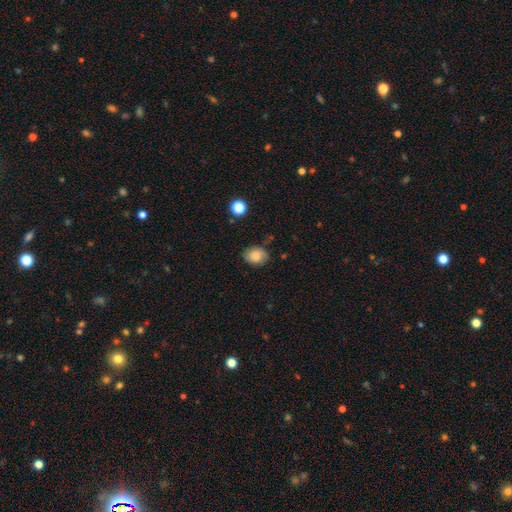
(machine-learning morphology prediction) This is clearly a smooth galaxy (83%). How rounded: possibly in between (59%). Merging: likely none (76%).